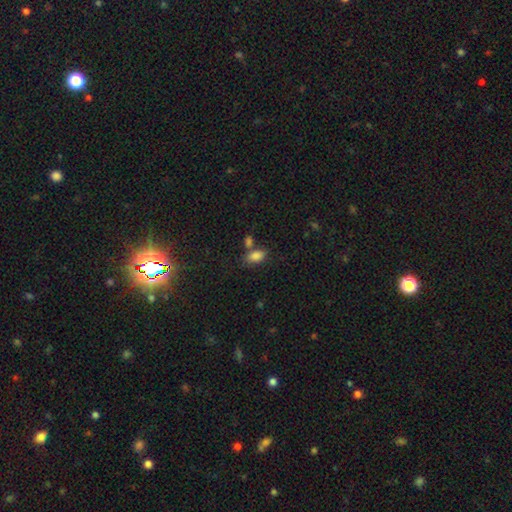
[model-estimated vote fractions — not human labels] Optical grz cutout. It shows a smooth galaxy with no disk features (84%) that is in between round and cigar-shaped (90%). Merging: none (53%).